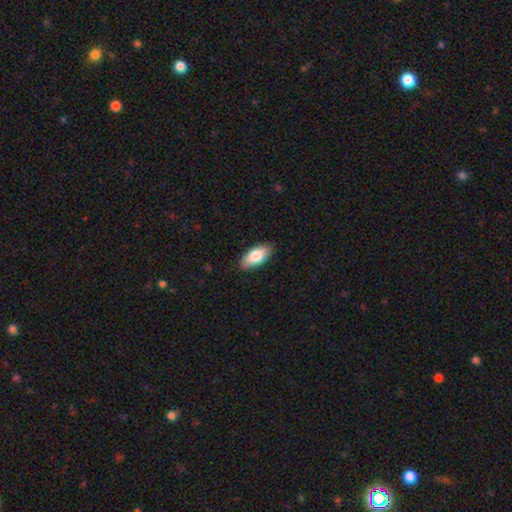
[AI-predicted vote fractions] smooth-or-featured: smooth: 80% | featured or disk: 14% | star or artifact: 6%
  how-rounded: in between: 90% | cigar-shaped: 8% | round: 2%
  merging: none: 86% | minor disturbance: 11% | major disturbance: 2% | merger: 1%